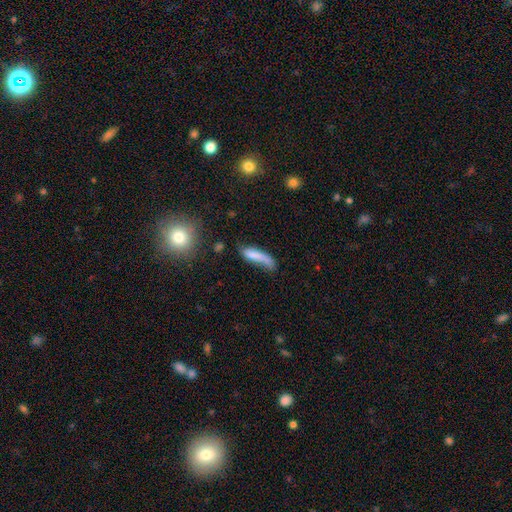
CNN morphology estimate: A smooth galaxy with no disk features (73%) that is cigar-shaped (69%).

Vote fractions:
- Smooth or featured? smooth: 73% / featured or disk: 19% / star or artifact: 8%
- How rounded? cigar-shaped: 69% / in between: 29% / round: 2%
- Merging? none: 39% / minor disturbance: 30% / major disturbance: 23% / merger: 9%